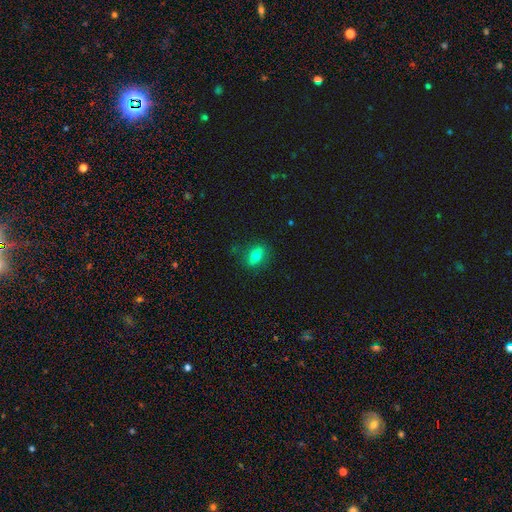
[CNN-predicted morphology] Smooth or featured? Predicted: smooth (p=0.70). How rounded? Predicted: in between (p=0.74). Merging? Predicted: none (p=0.79).